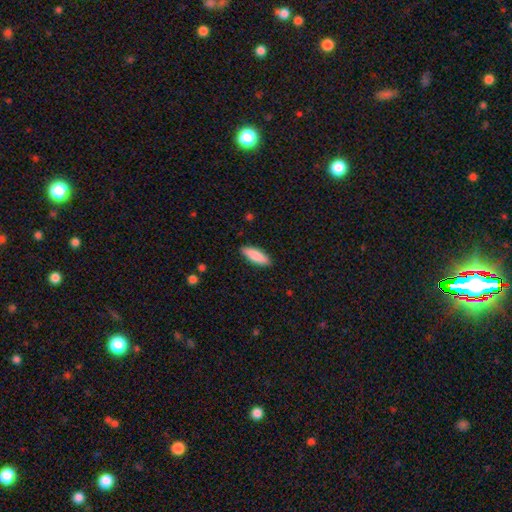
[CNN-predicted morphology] Smooth or featured?
  - smooth: 87% *
  - featured or disk: 7%
  - star or artifact: 5%
How rounded?
  - in between: 56% *
  - cigar-shaped: 42%
  - round: 2%
Merging?
  - none: 89% *
  - minor disturbance: 8%
  - major disturbance: 2%
  - merger: 1%